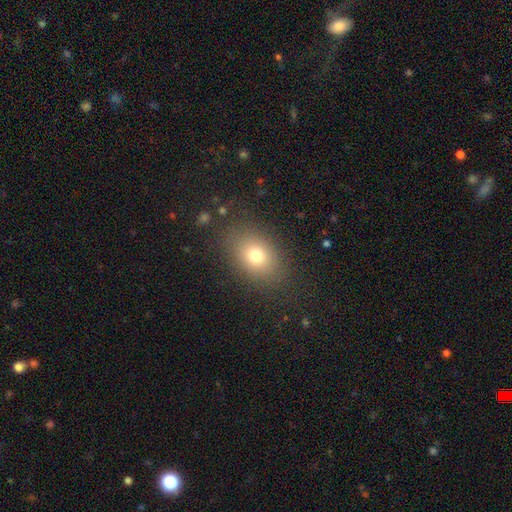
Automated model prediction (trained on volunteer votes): smooth-or-featured: smooth: 75% | star or artifact: 13% | featured or disk: 12%
  how-rounded: in between: 69% | round: 29% | cigar-shaped: 1%
  merging: none: 83% | minor disturbance: 11% | major disturbance: 5% | merger: 1%